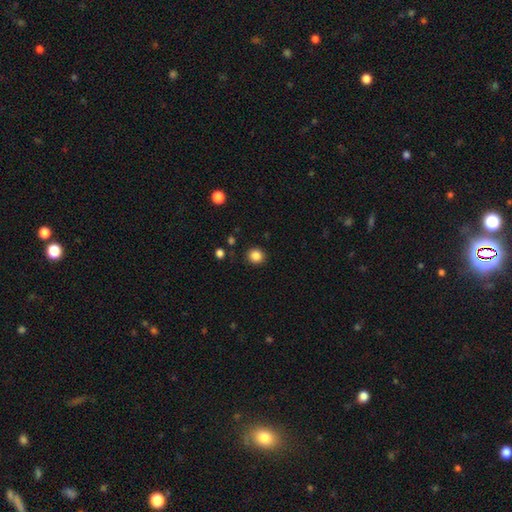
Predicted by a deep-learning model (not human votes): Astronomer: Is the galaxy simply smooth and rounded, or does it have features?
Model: smooth — 85%.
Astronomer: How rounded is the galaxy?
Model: round — 88%.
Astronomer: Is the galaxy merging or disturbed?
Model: none — 90%.